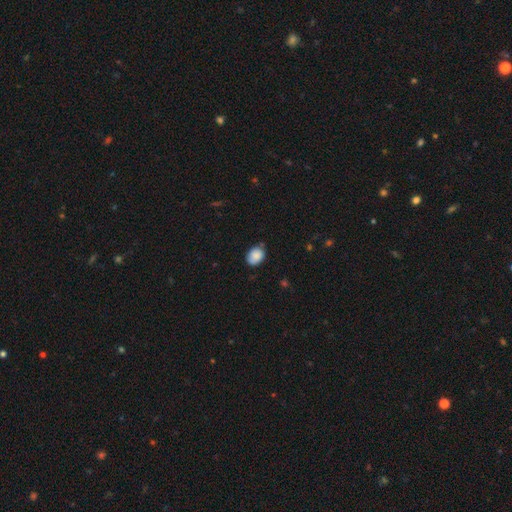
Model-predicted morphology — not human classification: Smooth or featured?
  - smooth: 86% *
  - star or artifact: 8%
  - featured or disk: 7%
How rounded?
  - in between: 65% *
  - round: 34%
  - cigar-shaped: 1%
Merging?
  - none: 72% *
  - minor disturbance: 22%
  - major disturbance: 3%
  - merger: 2%